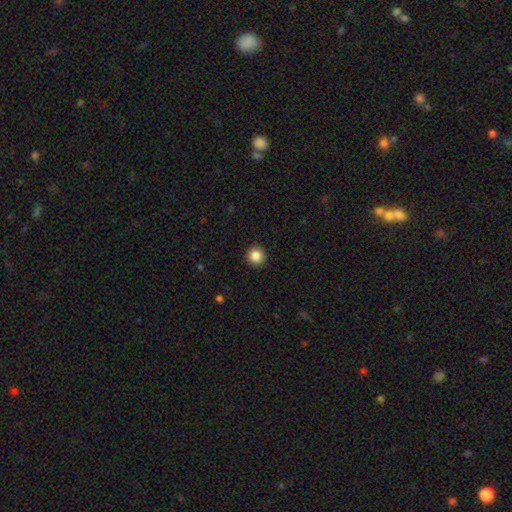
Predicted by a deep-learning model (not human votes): A smooth galaxy with no disk features (86%) that is round (96%). Merging: none (93%).